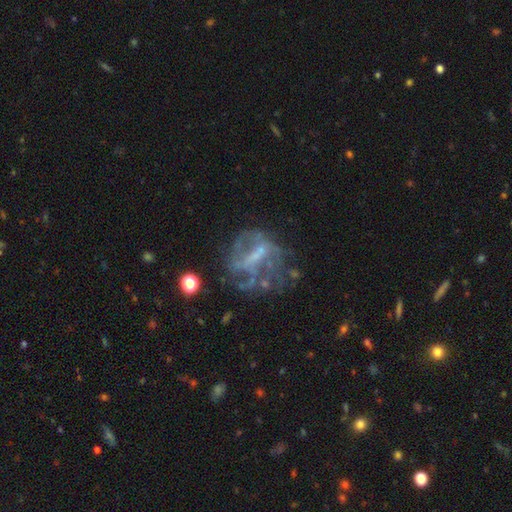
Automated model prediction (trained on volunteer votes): featured or disk 70%, smooth 15%, star or artifact 15%. Down the decision tree: edge-on disk — no (97%); bar — no (41%); spiral arms — no (55%); bulge size — none (47%); merging — none (45%).